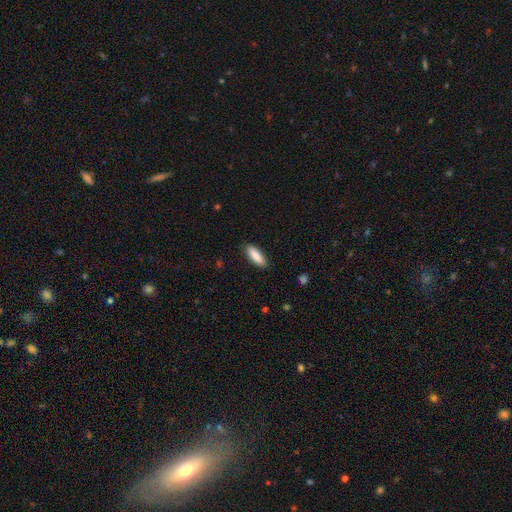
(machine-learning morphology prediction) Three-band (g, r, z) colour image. It shows a smooth galaxy with no disk features (86%) that is in between round and cigar-shaped (54%). Merging: none (88%).